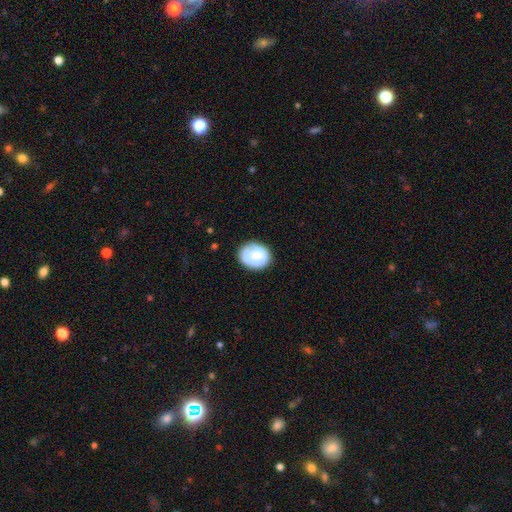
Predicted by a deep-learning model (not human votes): This is likely a smooth galaxy (65%). How rounded: possibly round (57%). Merging: likely none (77%).